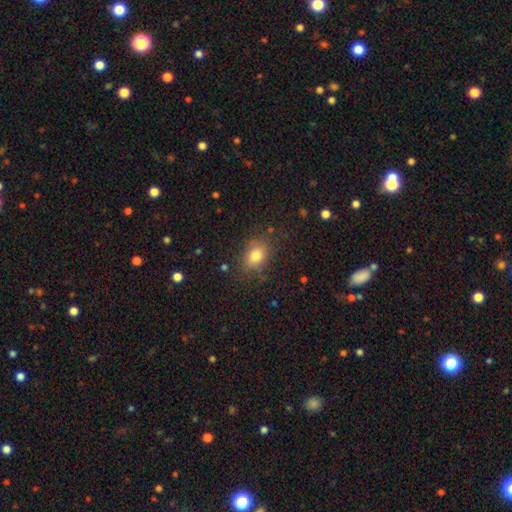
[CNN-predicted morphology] Smooth or featured? smooth (80%)
How rounded? in between (68%)
Merging? none (78%)